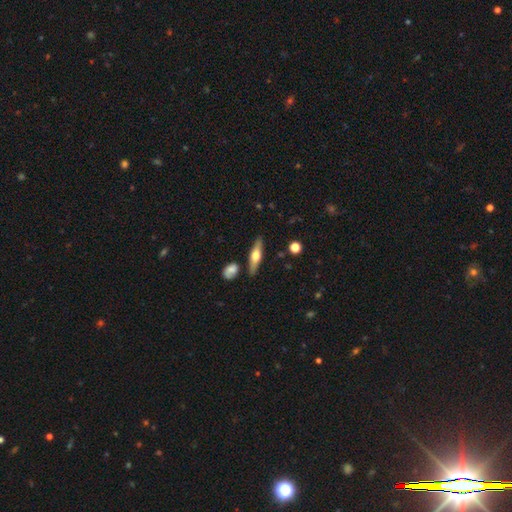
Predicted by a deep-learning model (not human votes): A featured or disk galaxy (55%) viewed edge-on (91%) with a rounded central bulge (93%). Merging: none (84%).